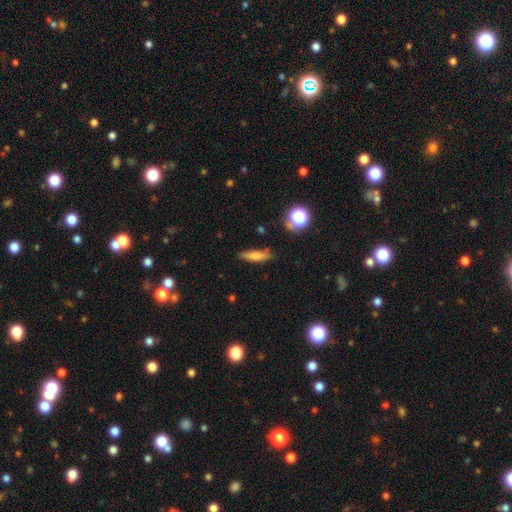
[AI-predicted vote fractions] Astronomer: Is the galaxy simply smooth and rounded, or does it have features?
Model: smooth — 72%.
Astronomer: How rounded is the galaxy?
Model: cigar-shaped — 66%.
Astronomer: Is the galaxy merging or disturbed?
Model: none — 75%.